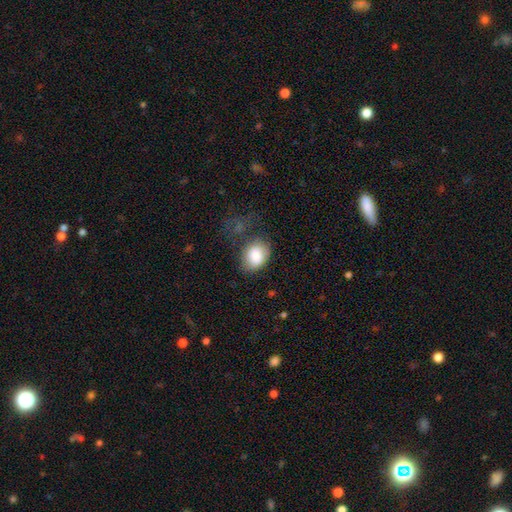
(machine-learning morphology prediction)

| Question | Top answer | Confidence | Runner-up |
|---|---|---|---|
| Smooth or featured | smooth | 82% | featured or disk (11%) |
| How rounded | in between | 60% | round (39%) |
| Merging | none | 60% | minor disturbance (23%) |